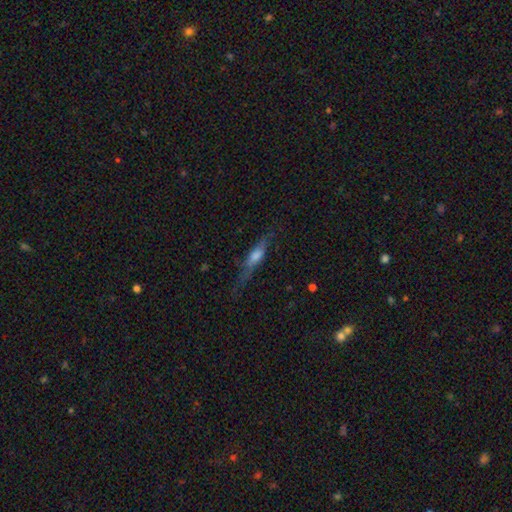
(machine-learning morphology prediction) Smooth or featured?
  - featured or disk: 49% *
  - smooth: 42%
  - star or artifact: 8%
Merging?
  - none: 64% *
  - minor disturbance: 23%
  - major disturbance: 10%
  - merger: 2%